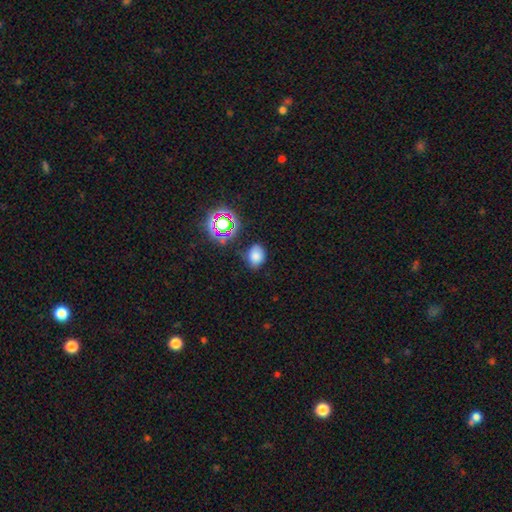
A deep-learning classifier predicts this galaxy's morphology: smooth-or-featured: smooth: 74% | star or artifact: 18% | featured or disk: 8%
  how-rounded: in between: 64% | round: 35% | cigar-shaped: 1%
  merging: none: 70% | minor disturbance: 21% | major disturbance: 6% | merger: 3%